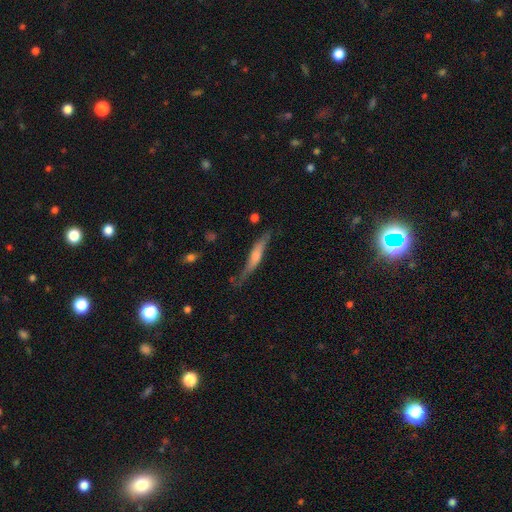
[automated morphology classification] Smooth or featured?
  - featured or disk: 56% *
  - smooth: 38%
  - star or artifact: 6%
Edge-on disk?
  - yes: 84% *
  - no: 16%
Merging?
  - none: 61% *
  - minor disturbance: 27%
  - major disturbance: 9%
  - merger: 4%